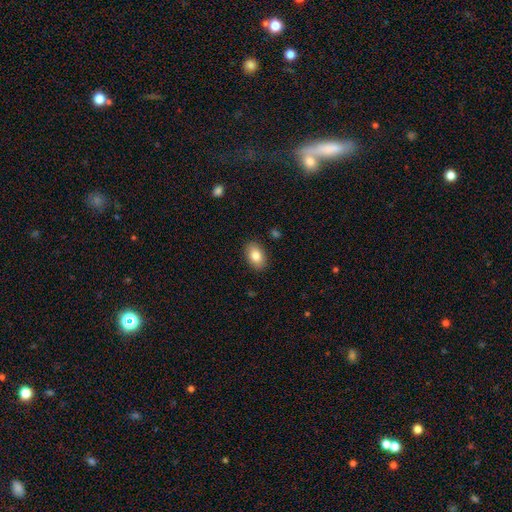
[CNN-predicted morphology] Smooth or featured: smooth — 83% (featured or disk — 10%)
How rounded: in between — 89% (round — 10%)
Merging: none — 88% (minor disturbance — 9%)